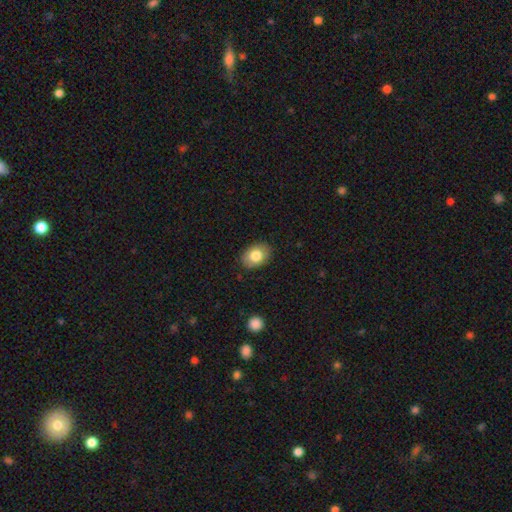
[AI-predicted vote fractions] smooth 80%, featured or disk 12%, star or artifact 8%. Down the decision tree: how rounded — in between (74%); merging — none (86%).